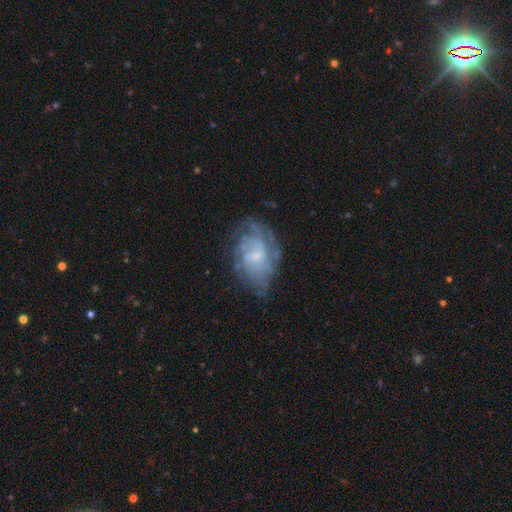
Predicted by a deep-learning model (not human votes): A featured or disk galaxy (68%) with no bar (53%), tight (45%) spiral arms (77%) and a small central bulge (53%).

Vote fractions:
- Smooth or featured? featured or disk: 68% / smooth: 23% / star or artifact: 9%
- Edge-on disk? no: 96% / yes: 4%
- Bar? no: 53% / weak: 41% / strong: 6%
- Spiral arms? yes: 77% / no: 23%
- Spiral winding? tight: 45% / medium: 37% / loose: 18%
- Spiral arm count? can't tell: 54% / 2: 18% / 3: 12% / 4: 7% / 1: 6% / more than 4: 4%
- Bulge size? small: 53% / moderate: 25% / none: 19% / large: 2% / dominant: 1%
- Merging? none: 57% / minor disturbance: 25% / major disturbance: 16% / merger: 2%